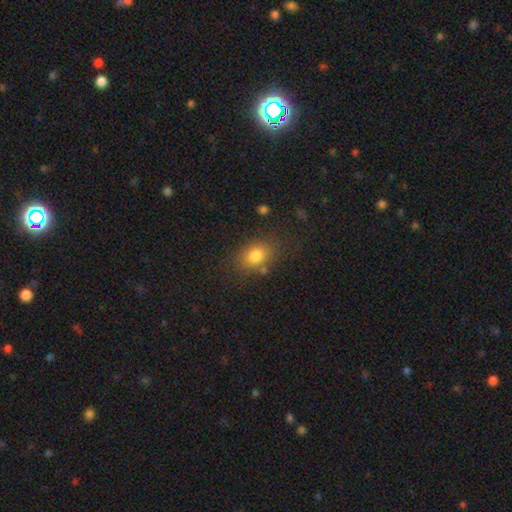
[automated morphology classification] smooth-or-featured: smooth: 80% | star or artifact: 11% | featured or disk: 9%
  how-rounded: in between: 65% | round: 33% | cigar-shaped: 1%
  merging: none: 76% | minor disturbance: 15% | major disturbance: 6% | merger: 4%